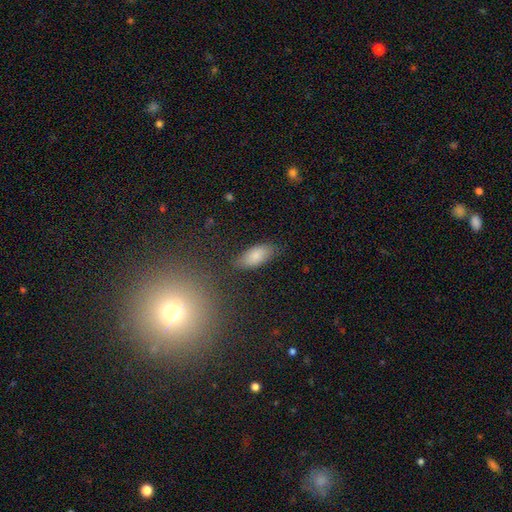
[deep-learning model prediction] Q: Smooth or featured?
A: smooth (83%); runner-up: featured or disk (10%)
Q: How rounded?
A: in between (90%); runner-up: cigar-shaped (8%)
Q: Merging?
A: none (77%); runner-up: minor disturbance (17%)